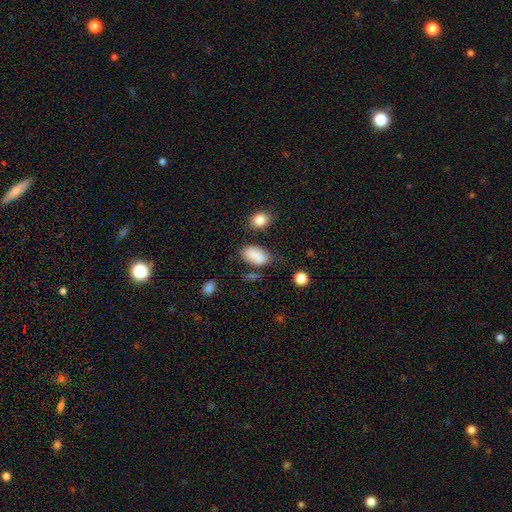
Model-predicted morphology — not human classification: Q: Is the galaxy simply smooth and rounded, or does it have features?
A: smooth — 85%.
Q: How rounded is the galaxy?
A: in between — 93%.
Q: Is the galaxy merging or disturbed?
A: none — 65%.